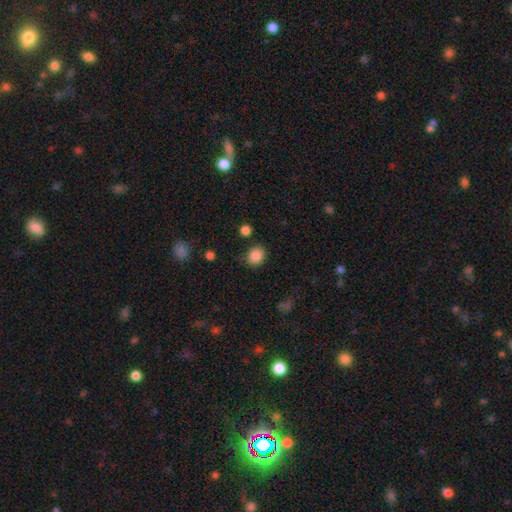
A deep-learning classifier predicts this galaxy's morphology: smooth_or_featured: smooth (p=0.86) [alt: star or artifact p=0.10]
how_rounded: round (p=0.70) [alt: in between p=0.29]
merging: none (p=0.79) [alt: minor disturbance p=0.13]